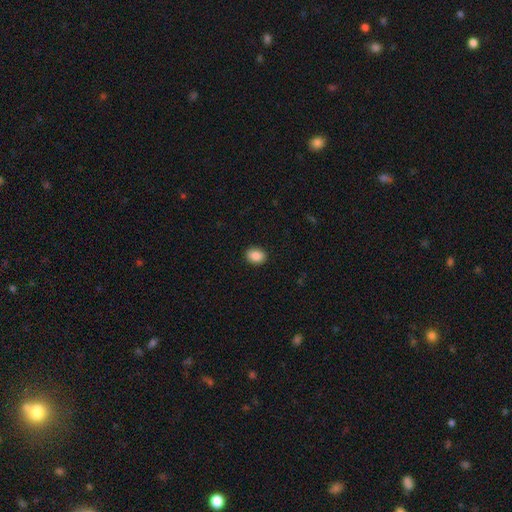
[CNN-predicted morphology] Smooth or featured? smooth (88%)
How rounded? in between (55%)
Merging? none (90%)